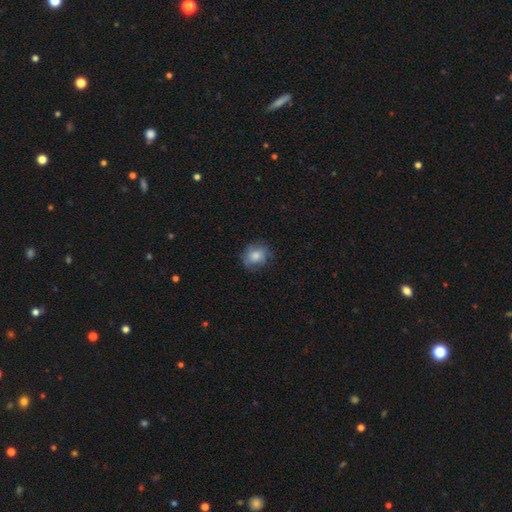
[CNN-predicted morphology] A smooth galaxy with no disk features (74%) that is round (72%). Merging: none (71%).